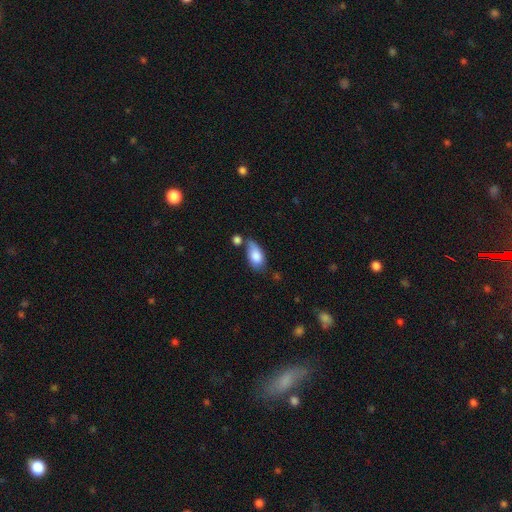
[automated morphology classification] smooth 83%, featured or disk 10%, star or artifact 7%. Down the decision tree: how rounded — in between (91%); merging — none (45%).